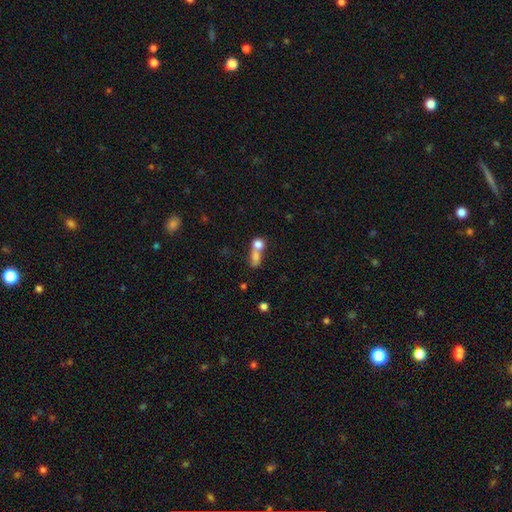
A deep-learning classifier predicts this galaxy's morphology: smooth 73%, featured or disk 16%, star or artifact 11%. Down the decision tree: how rounded — round (48%); merging — merger (67%).